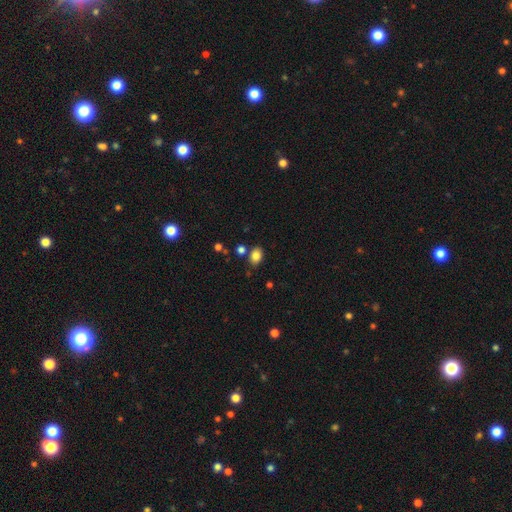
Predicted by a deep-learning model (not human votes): Smooth or featured? smooth (83%)
How rounded? in between (72%)
Merging? none (78%)